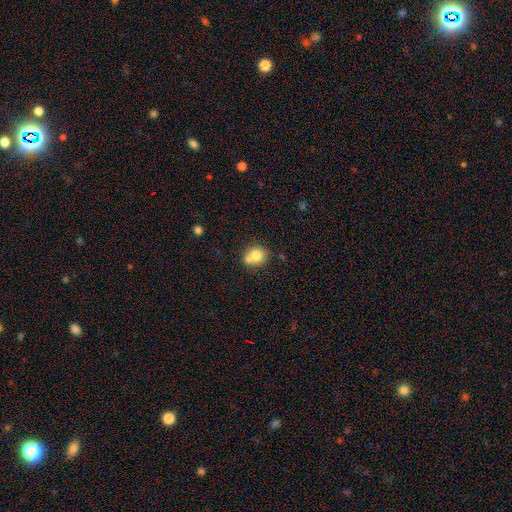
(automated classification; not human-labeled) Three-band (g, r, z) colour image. It shows a smooth galaxy with no disk features (77%) that is round (70%). Merging: none (55%).